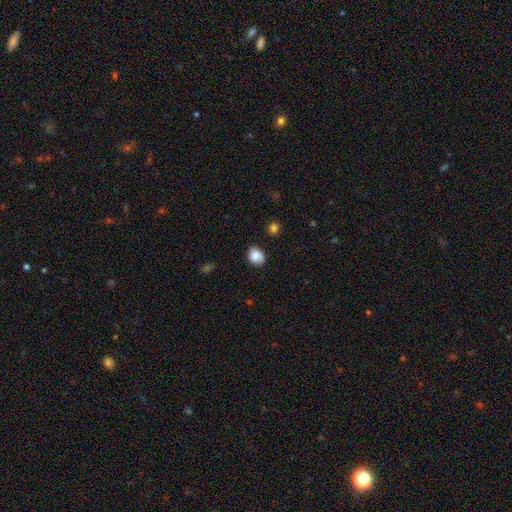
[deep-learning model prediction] Smooth or featured: smooth — 80% (featured or disk — 11%)
How rounded: round — 50% (in between — 49%)
Merging: none — 78% (minor disturbance — 17%)